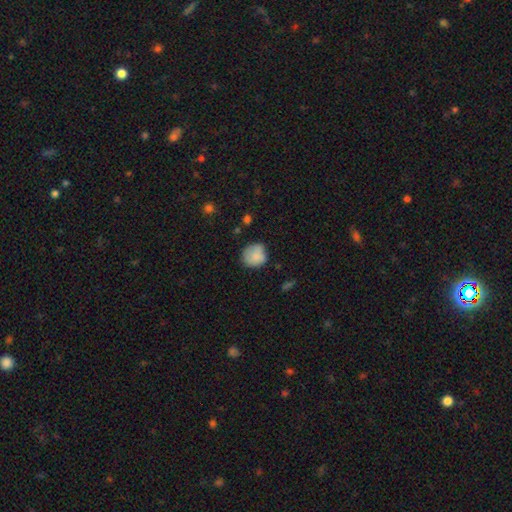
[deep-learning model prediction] smooth_or_featured: smooth (p=0.81) [alt: featured or disk p=0.11]
how_rounded: round (p=0.82) [alt: in between p=0.17]
merging: none (p=0.63) [alt: minor disturbance p=0.27]